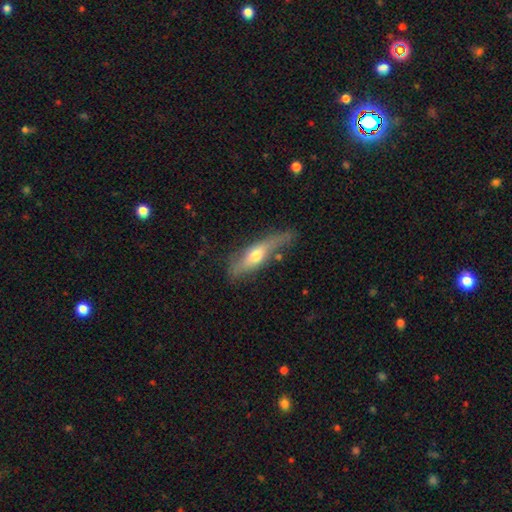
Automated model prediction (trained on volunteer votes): A featured or disk galaxy (49%).

Vote fractions:
- Smooth or featured? featured or disk: 49% / smooth: 45% / star or artifact: 6%
- Merging? none: 64% / minor disturbance: 24% / major disturbance: 8% / merger: 4%